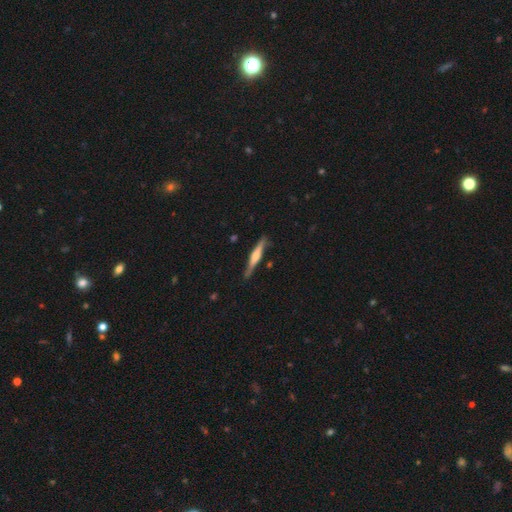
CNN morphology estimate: A featured or disk galaxy (64%) viewed edge-on (97%) with a rounded central bulge (65%).

Vote fractions:
- Smooth or featured? featured or disk: 64% / smooth: 31% / star or artifact: 5%
- Edge-on disk? yes: 97% / no: 3%
- Edge-on bulge? rounded: 65% / boxy: 24% / none: 11%
- Merging? none: 84% / minor disturbance: 12% / major disturbance: 2% / merger: 2%